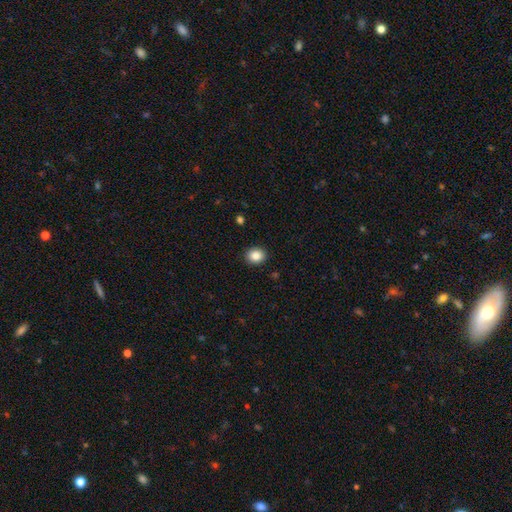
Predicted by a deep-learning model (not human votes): Smooth or featured? Predicted: smooth (p=0.86). How rounded? Predicted: round (p=0.66). Merging? Predicted: none (p=0.91).